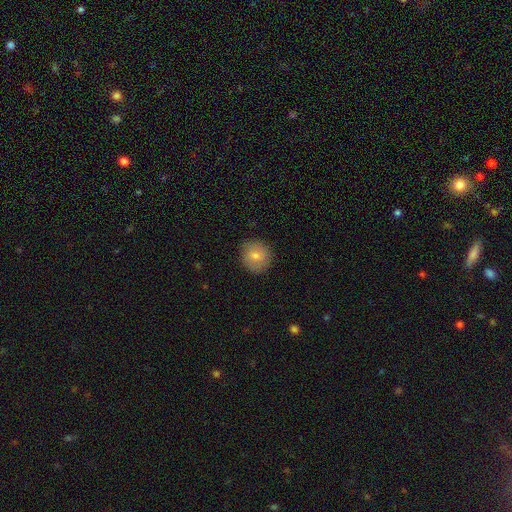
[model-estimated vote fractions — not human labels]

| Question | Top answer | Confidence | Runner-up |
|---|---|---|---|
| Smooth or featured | smooth | 77% | featured or disk (15%) |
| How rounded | round | 86% | in between (13%) |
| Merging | none | 86% | minor disturbance (10%) |